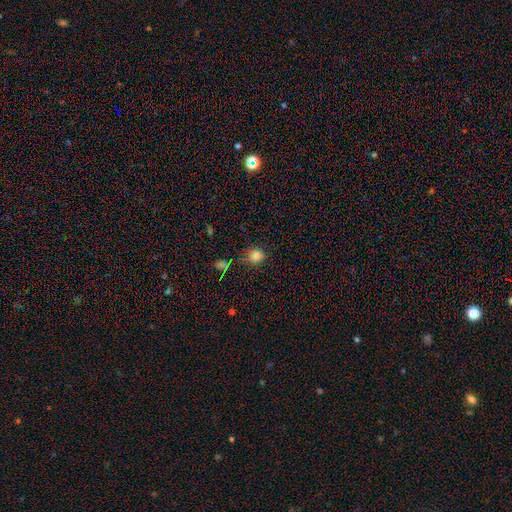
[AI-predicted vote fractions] This appears to be a smooth galaxy with no disk features (77%) that is round (72%). Merging: none (70%).